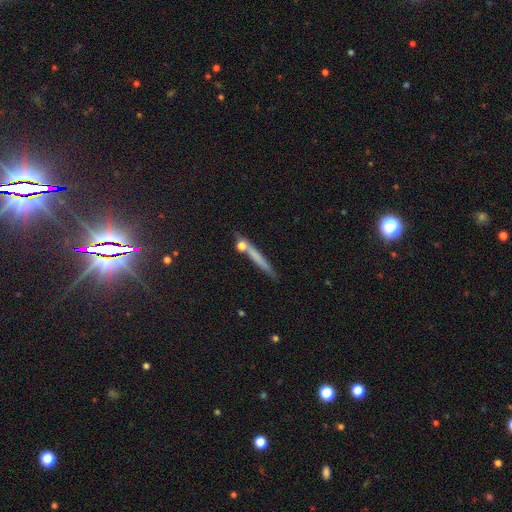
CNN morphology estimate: Q: Smooth or featured?
A: smooth (56%); runner-up: featured or disk (33%)
Q: How rounded?
A: cigar-shaped (92%); runner-up: in between (4%)
Q: Merging?
A: none (75%); runner-up: minor disturbance (12%)